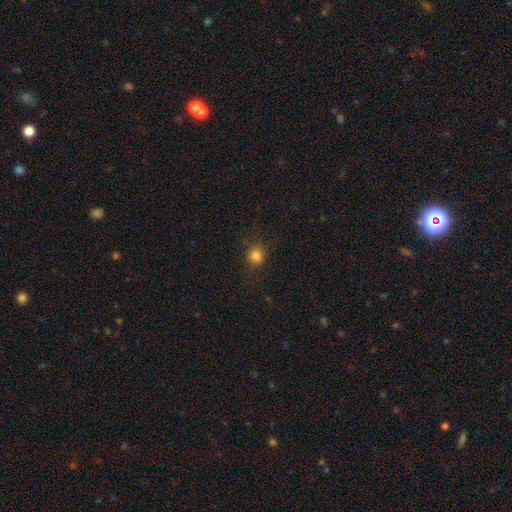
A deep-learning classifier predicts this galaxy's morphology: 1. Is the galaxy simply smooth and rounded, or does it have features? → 83% smooth, 13% star or artifact, 4% featured or disk.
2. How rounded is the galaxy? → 83% round, 16% in between, 1% cigar-shaped.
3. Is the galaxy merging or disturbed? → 83% none, 12% minor disturbance, 4% major disturbance, 1% merger.